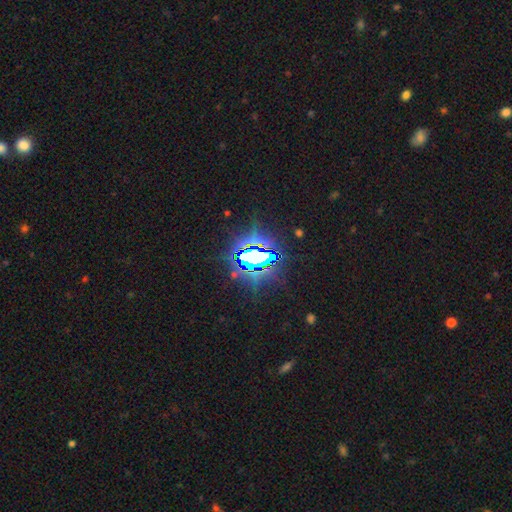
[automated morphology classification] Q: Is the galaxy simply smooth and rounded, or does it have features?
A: star or artifact — 78%.